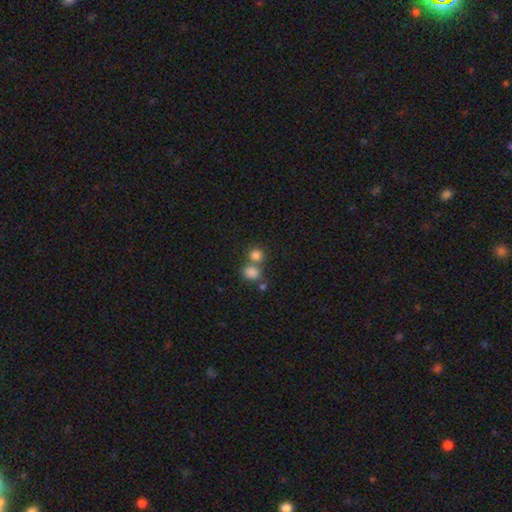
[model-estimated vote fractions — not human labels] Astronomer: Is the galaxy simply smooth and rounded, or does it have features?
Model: smooth — 81%.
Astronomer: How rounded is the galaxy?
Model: round — 76%.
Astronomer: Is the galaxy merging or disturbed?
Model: none — 45% (runner-up: merger, 43%).